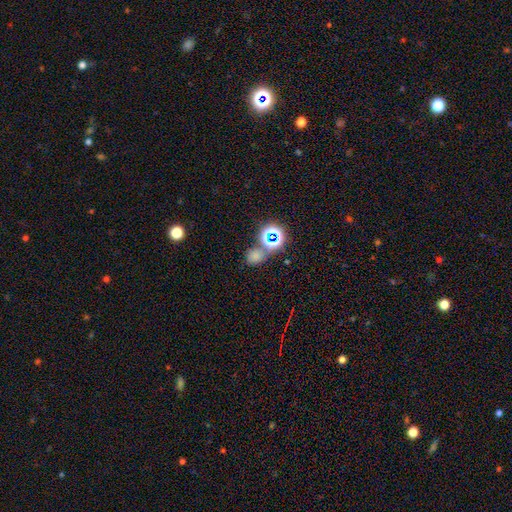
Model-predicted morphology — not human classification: Overall: smooth (60%; star or artifact 34%). How rounded: round (68%; in between 30%). Merging: none (64%).